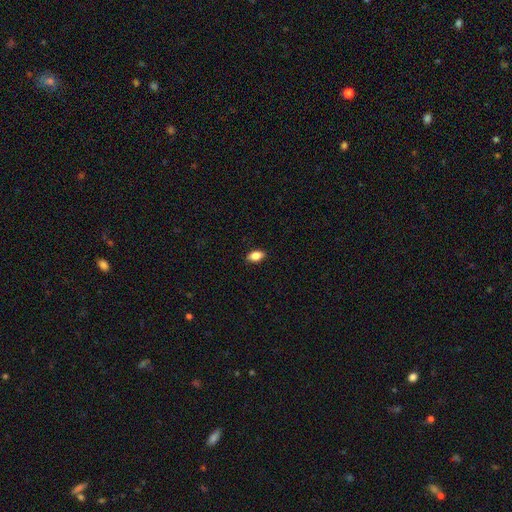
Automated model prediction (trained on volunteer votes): Overall: smooth (86%). How rounded: in between (90%). Merging: none (88%).